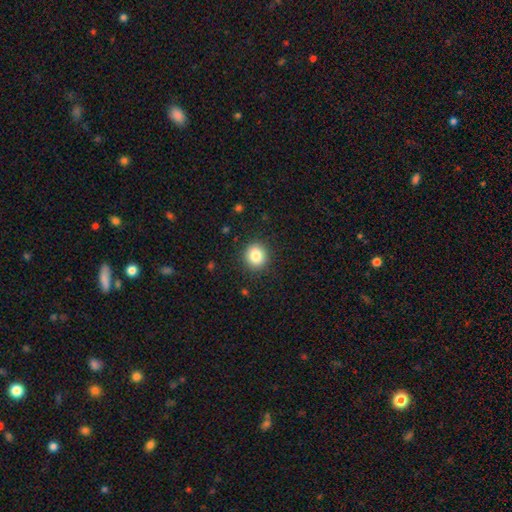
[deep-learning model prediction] Smooth or featured?
  - smooth: 83% *
  - star or artifact: 10%
  - featured or disk: 7%
How rounded?
  - round: 86% *
  - in between: 13%
  - cigar-shaped: 1%
Merging?
  - none: 90% *
  - minor disturbance: 7%
  - major disturbance: 2%
  - merger: 1%